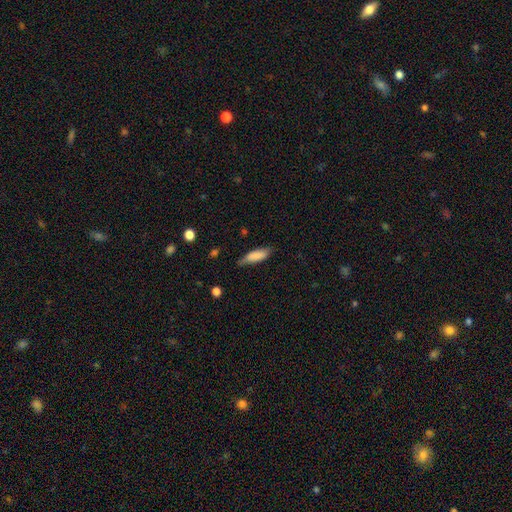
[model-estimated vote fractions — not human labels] smooth_or_featured: smooth (p=0.82) [alt: featured or disk p=0.11]
how_rounded: in between (p=0.51) [alt: cigar-shaped p=0.47]
merging: none (p=0.66) [alt: minor disturbance p=0.27]